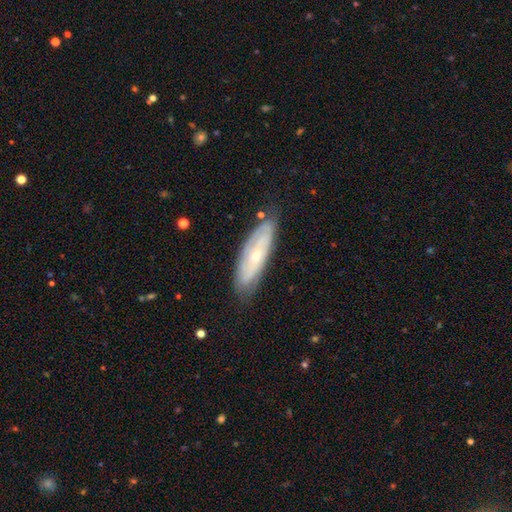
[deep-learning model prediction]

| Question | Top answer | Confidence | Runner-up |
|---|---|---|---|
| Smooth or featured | featured or disk | 66% | smooth (27%) |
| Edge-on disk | no | 77% | yes (23%) |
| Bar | no | 74% | weak (20%) |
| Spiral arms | yes | 75% | no (25%) |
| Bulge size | small | 69% | moderate (28%) |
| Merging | none | 77% | minor disturbance (18%) |